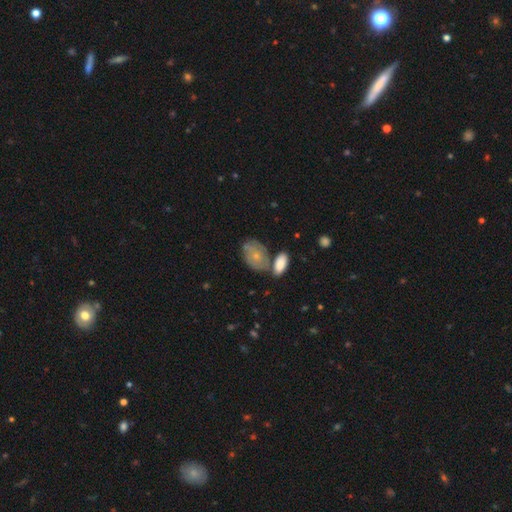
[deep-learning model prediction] A smooth galaxy with no disk features (60%) that is in between round and cigar-shaped (80%).

Vote fractions:
- Smooth or featured? smooth: 60% / featured or disk: 32% / star or artifact: 8%
- How rounded? in between: 80% / round: 18% / cigar-shaped: 2%
- Merging? none: 47% / merger: 23% / minor disturbance: 22% / major disturbance: 8%